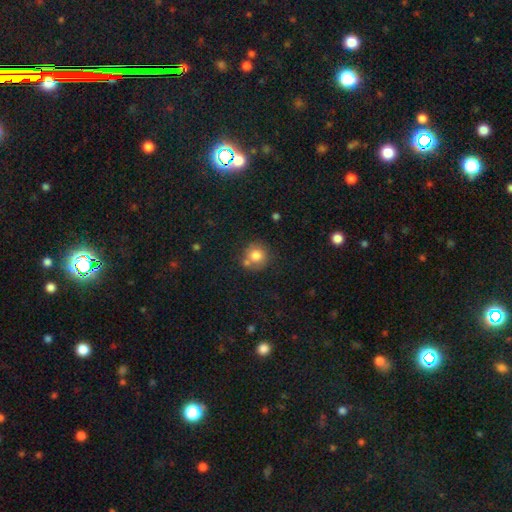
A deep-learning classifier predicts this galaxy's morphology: A smooth galaxy with no disk features (78%) that is round (89%).

Vote fractions:
- Smooth or featured? smooth: 78% / featured or disk: 11% / star or artifact: 10%
- How rounded? round: 89% / in between: 10% / cigar-shaped: 1%
- Merging? none: 62% / merger: 20% / minor disturbance: 14% / major disturbance: 4%